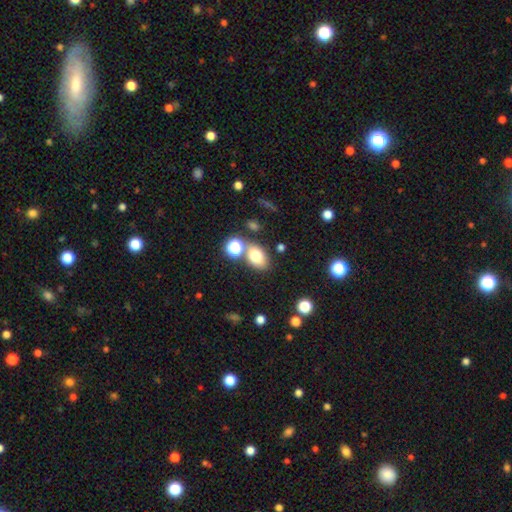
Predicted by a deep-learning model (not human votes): This appears to be a smooth galaxy with no disk features (74%) that is in between round and cigar-shaped (75%). Merging: none (67%).